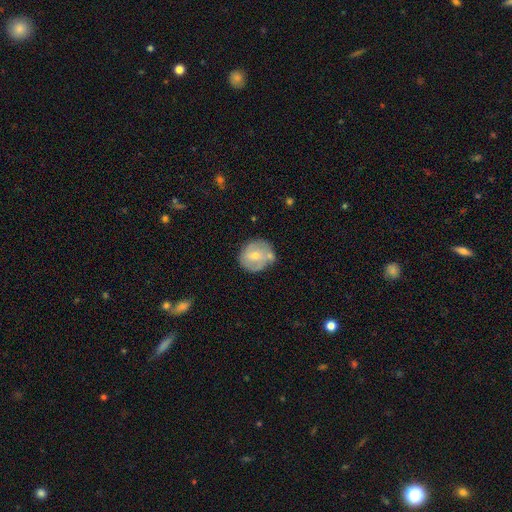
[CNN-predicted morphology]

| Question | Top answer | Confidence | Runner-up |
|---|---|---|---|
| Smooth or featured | smooth | 47% | tied: featured or disk (47%) |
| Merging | none | 60% | minor disturbance (19%) |